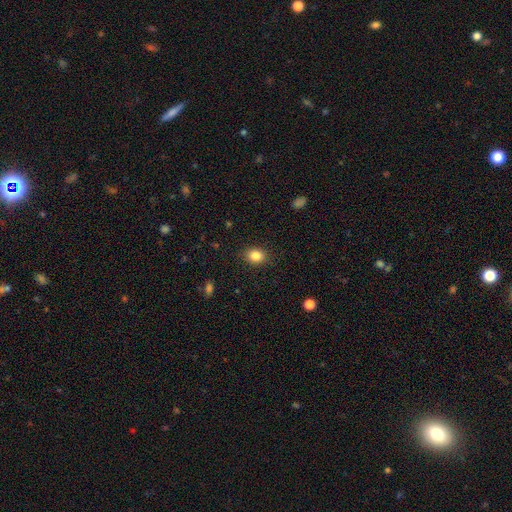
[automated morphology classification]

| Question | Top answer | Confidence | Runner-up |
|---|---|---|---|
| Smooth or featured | smooth | 85% | star or artifact (10%) |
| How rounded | in between | 52% | round (47%) |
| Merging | none | 87% | minor disturbance (9%) |